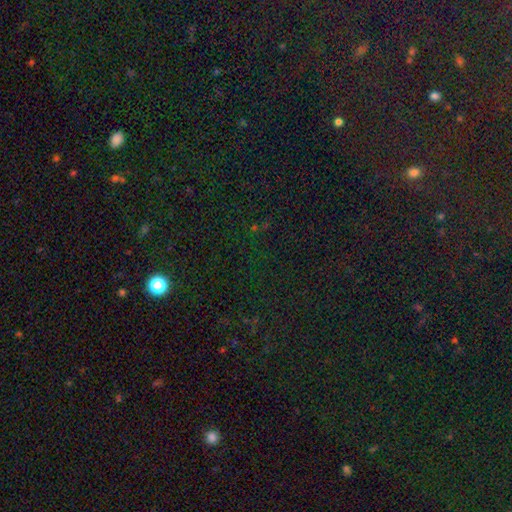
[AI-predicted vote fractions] Smooth or featured?
  - star or artifact: 77% *
  - smooth: 15%
  - featured or disk: 8%